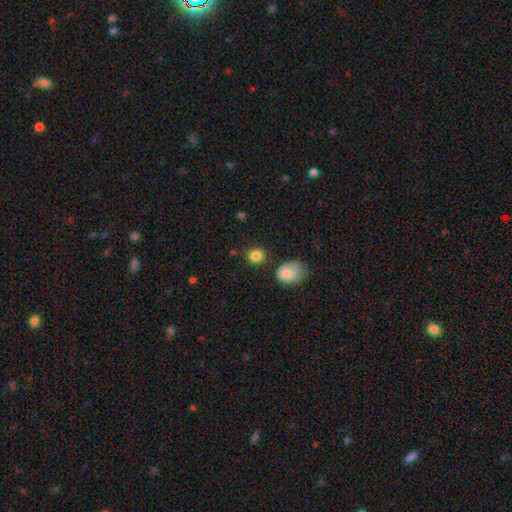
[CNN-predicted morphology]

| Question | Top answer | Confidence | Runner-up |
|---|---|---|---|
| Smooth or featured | smooth | 85% | star or artifact (10%) |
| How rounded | round | 75% | in between (24%) |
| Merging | none | 81% | minor disturbance (11%) |